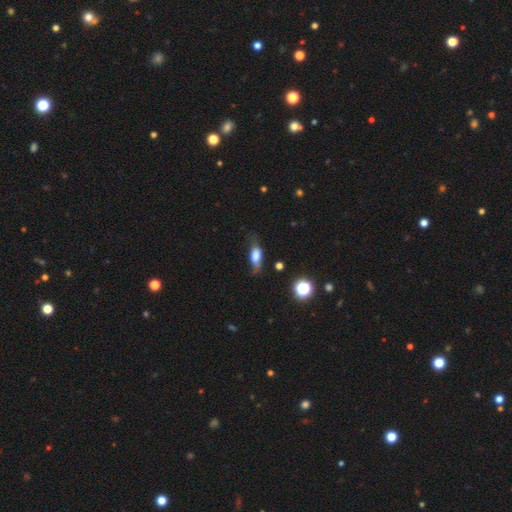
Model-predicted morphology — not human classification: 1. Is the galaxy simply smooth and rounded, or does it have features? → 64% smooth, 27% featured or disk, 9% star or artifact.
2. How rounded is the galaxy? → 68% in between, 26% cigar-shaped, 5% round.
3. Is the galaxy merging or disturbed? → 54% none, 30% minor disturbance, 13% major disturbance, 2% merger.